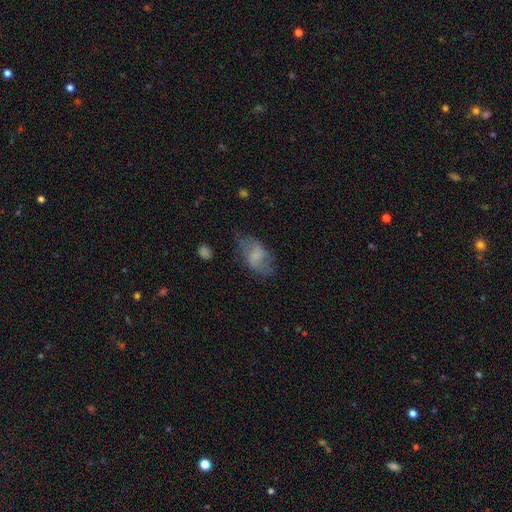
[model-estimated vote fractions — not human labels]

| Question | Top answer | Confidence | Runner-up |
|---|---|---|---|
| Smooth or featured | smooth | 54% | featured or disk (38%) |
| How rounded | in between | 90% | round (7%) |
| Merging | none | 60% | minor disturbance (25%) |